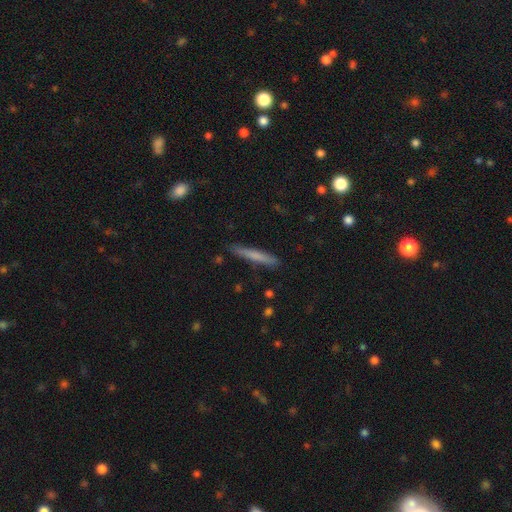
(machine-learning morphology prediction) smooth_or_featured: smooth (p=0.65) [alt: featured or disk p=0.28]
how_rounded: cigar-shaped (p=0.95) [alt: in between p=0.03]
merging: none (p=0.86) [alt: minor disturbance p=0.11]